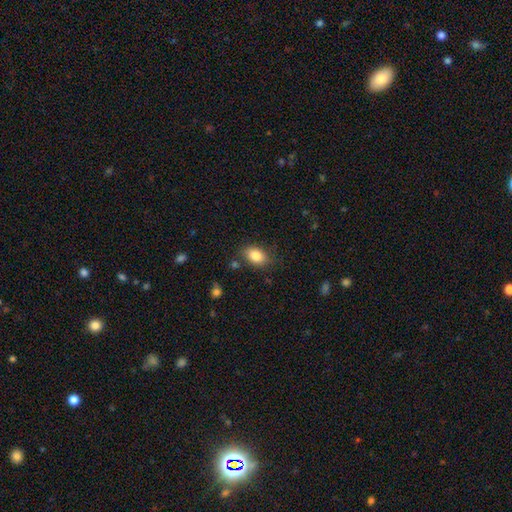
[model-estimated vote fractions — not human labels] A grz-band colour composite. It shows a smooth galaxy with no disk features (84%) that is in between round and cigar-shaped (84%). Merging: none (79%).